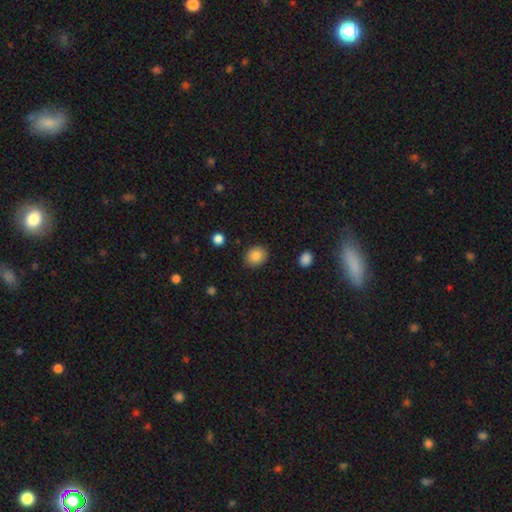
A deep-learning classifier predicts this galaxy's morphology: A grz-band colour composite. It shows a smooth galaxy with no disk features (86%) that is round (57%). Merging: none (89%).